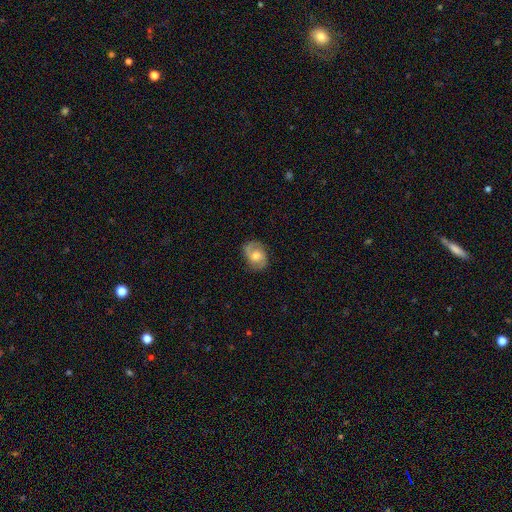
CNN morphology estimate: type=featured or disk (75%); edge-on=no (97%); bar=no (59%); spiral arms=yes (94%); winding=medium (51%); arm count=2 (88%); bulge=moderate (63%); merging=none (80%).